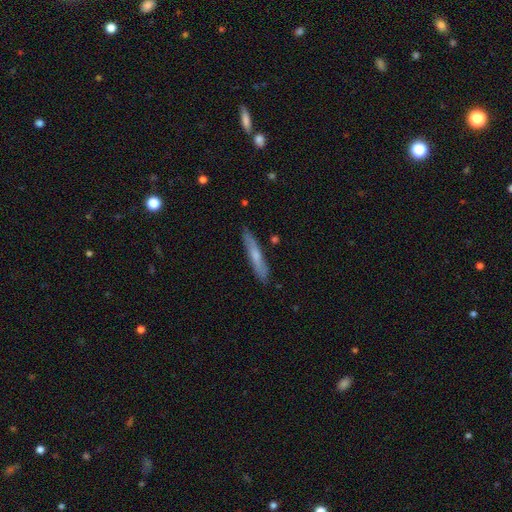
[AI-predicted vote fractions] Smooth or featured: smooth — 57% (featured or disk — 38%)
How rounded: cigar-shaped — 93% (in between — 5%)
Merging: none — 86% (minor disturbance — 11%)